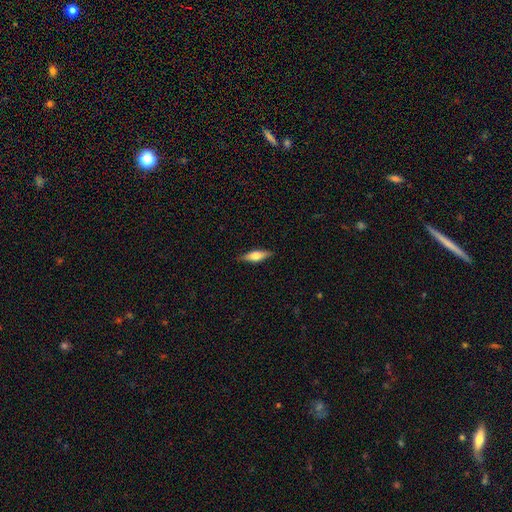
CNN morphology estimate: Smooth or featured?
  - smooth: 54% *
  - featured or disk: 39%
  - star or artifact: 6%
How rounded?
  - cigar-shaped: 49% * (tied)
  - in between: 49% * (tied)
  - round: 3%
Merging?
  - none: 86% *
  - minor disturbance: 11%
  - major disturbance: 2%
  - merger: 1%